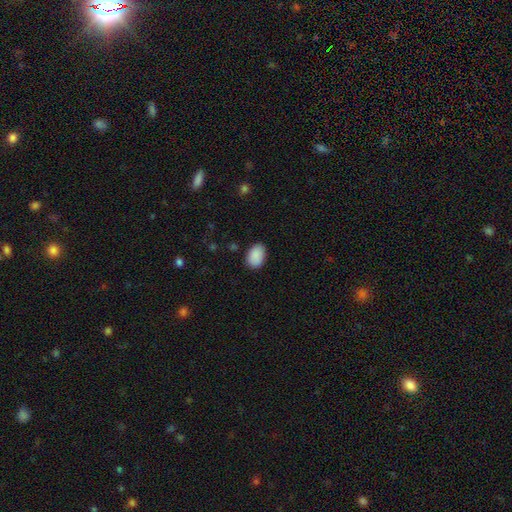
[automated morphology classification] smooth_or_featured: smooth (p=0.90) [alt: star or artifact p=0.07]
how_rounded: in between (p=0.86) [alt: round p=0.13]
merging: none (p=0.85) [alt: minor disturbance p=0.11]